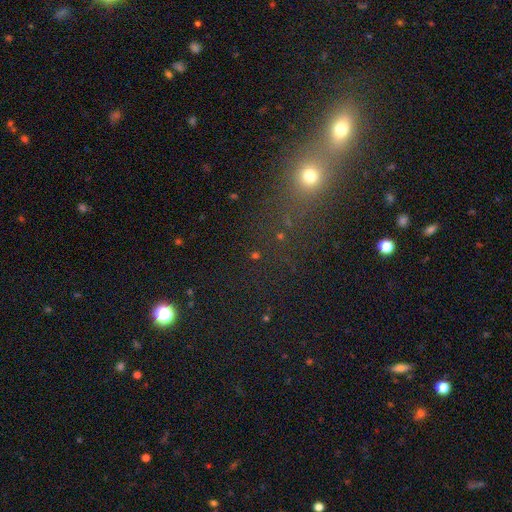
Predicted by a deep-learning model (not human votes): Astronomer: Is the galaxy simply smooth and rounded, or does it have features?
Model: star or artifact — 52% (runner-up: smooth, 38%).